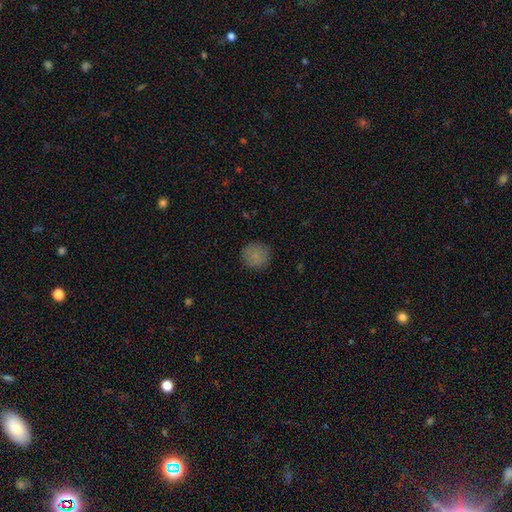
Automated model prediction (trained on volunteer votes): The model was most divided on "smooth or featured": smooth: 83%, star or artifact: 11%, featured or disk: 5%. More confident: how rounded — round (93%); merging — none (88%).